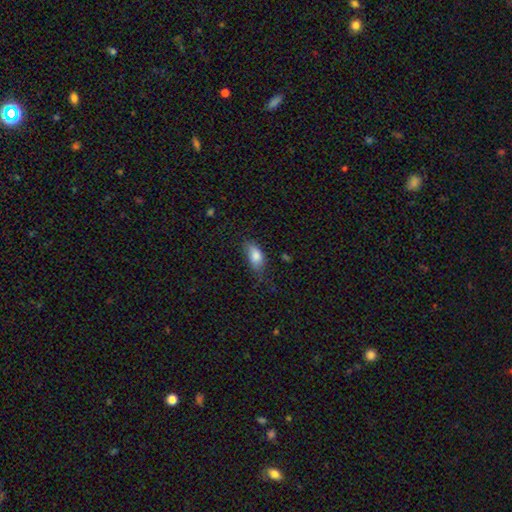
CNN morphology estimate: A smooth galaxy with no disk features (83%) that is in between round and cigar-shaped (89%). Merging: none (55%).